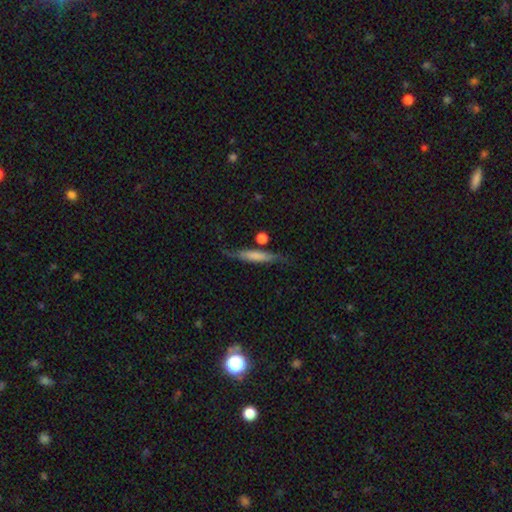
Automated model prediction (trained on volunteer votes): Smooth or featured?
  - smooth: 59% *
  - featured or disk: 35%
  - star or artifact: 6%
How rounded?
  - cigar-shaped: 87% *
  - in between: 11%
  - round: 3%
Merging?
  - none: 67% *
  - minor disturbance: 20%
  - merger: 6%
  - major disturbance: 6%